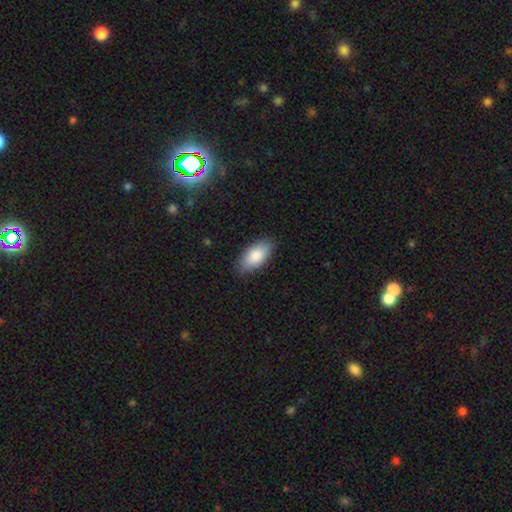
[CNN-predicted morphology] smooth_or_featured: smooth (p=0.86) [alt: featured or disk p=0.09]
how_rounded: in between (p=0.93) [alt: cigar-shaped p=0.04]
merging: none (p=0.85) [alt: minor disturbance p=0.11]